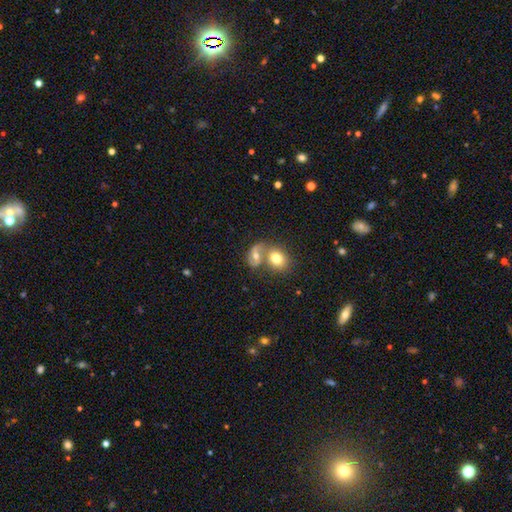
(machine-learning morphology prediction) smooth 50%, featured or disk 38%, star or artifact 12%. Down the decision tree: how rounded — in between (55%); merging — merger (48%).